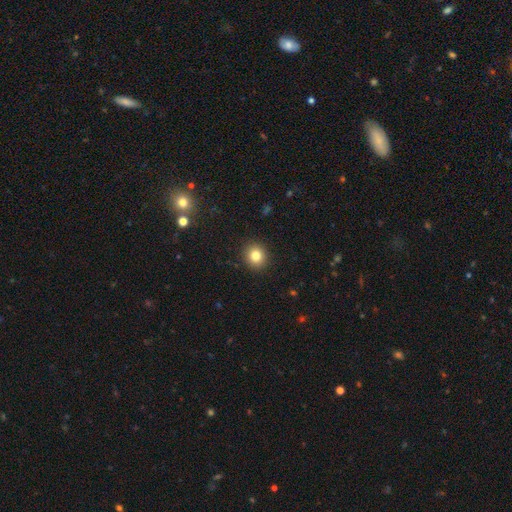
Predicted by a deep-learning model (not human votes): Morphology: type=smooth (82%); roundness=round (83%); merging=none (91%).